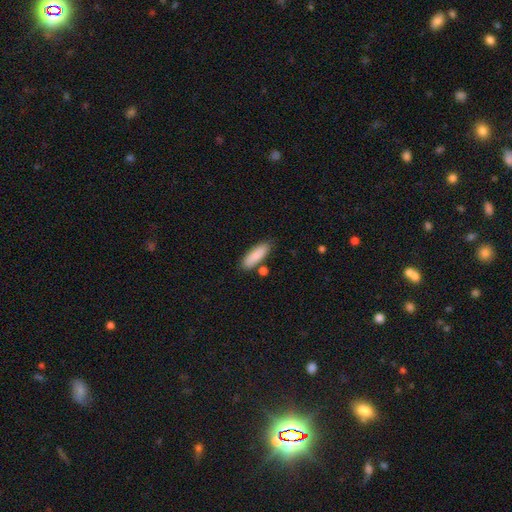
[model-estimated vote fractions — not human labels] Smooth or featured: smooth — 86% (featured or disk — 8%)
How rounded: in between — 55% (cigar-shaped — 43%)
Merging: none — 77% (minor disturbance — 13%)